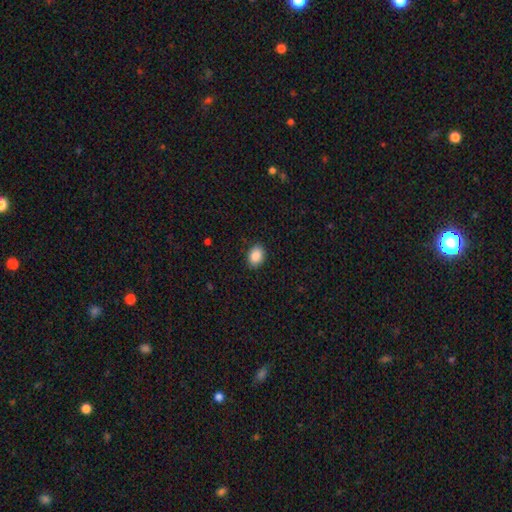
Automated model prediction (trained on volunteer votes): Smooth or featured?
  - smooth: 89% *
  - star or artifact: 8%
  - featured or disk: 3%
How rounded?
  - in between: 73% *
  - round: 26%
  - cigar-shaped: 1%
Merging?
  - none: 88% *
  - minor disturbance: 9%
  - major disturbance: 2%
  - merger: 1%